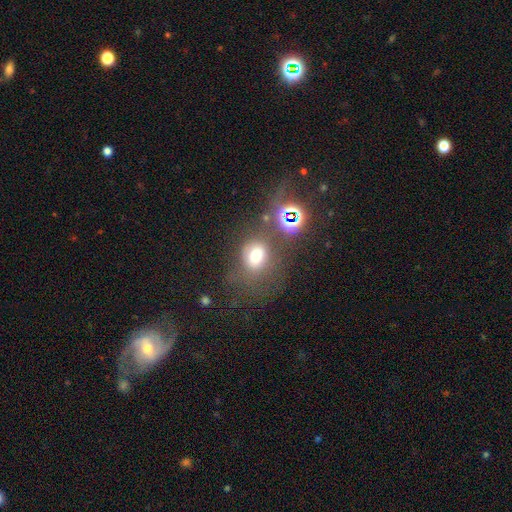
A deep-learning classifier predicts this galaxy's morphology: Q: Smooth or featured?
A: smooth (68%); runner-up: star or artifact (19%)
Q: How rounded?
A: round (57%); runner-up: in between (42%)
Q: Merging?
A: none (55%); runner-up: minor disturbance (18%)